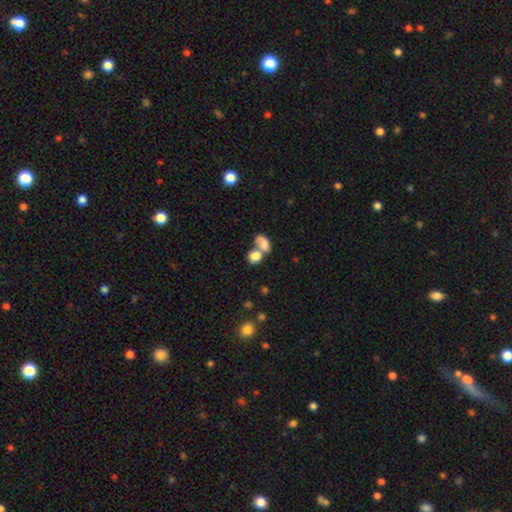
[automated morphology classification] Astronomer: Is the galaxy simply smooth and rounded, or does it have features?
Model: smooth — 80%.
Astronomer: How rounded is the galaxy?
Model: in between — 49%, tied with round at 49%.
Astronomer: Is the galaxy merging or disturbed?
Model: merger — 62%.